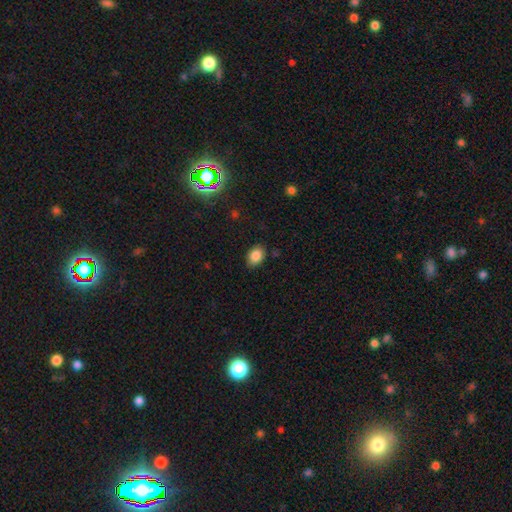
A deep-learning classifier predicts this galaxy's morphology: Q: Smooth or featured?
A: smooth (86%); runner-up: star or artifact (9%)
Q: How rounded?
A: in between (77%); runner-up: round (22%)
Q: Merging?
A: none (85%); runner-up: minor disturbance (11%)